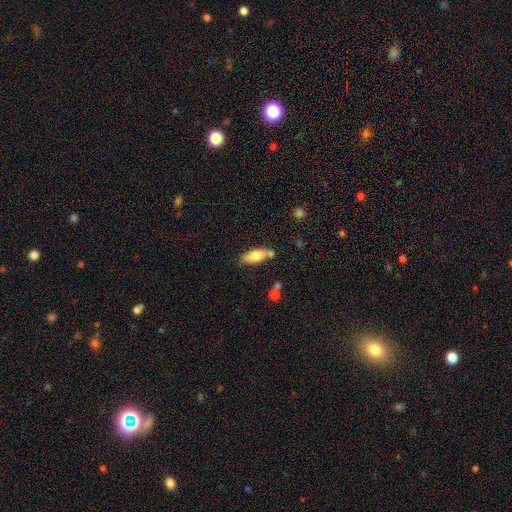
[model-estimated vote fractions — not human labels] Overall: smooth (75%). How rounded: in between (76%). Merging: none (67%).